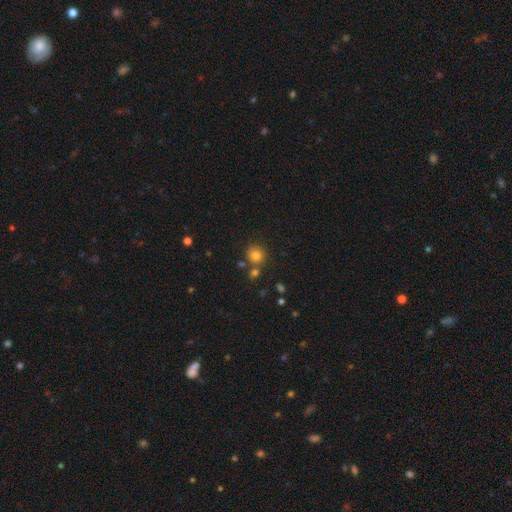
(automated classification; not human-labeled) smooth_or_featured: smooth (p=0.80) [alt: star or artifact p=0.13]
how_rounded: round (p=0.88) [alt: in between p=0.11]
merging: none (p=0.74) [alt: merger p=0.13]